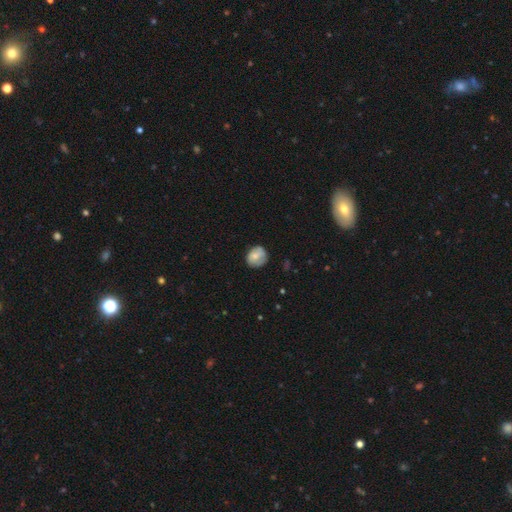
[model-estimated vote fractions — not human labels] Smooth or featured?
  - smooth: 68% *
  - featured or disk: 25%
  - star or artifact: 7%
How rounded?
  - round: 75% *
  - in between: 24%
  - cigar-shaped: 1%
Merging?
  - none: 67% *
  - minor disturbance: 25%
  - major disturbance: 6%
  - merger: 1%